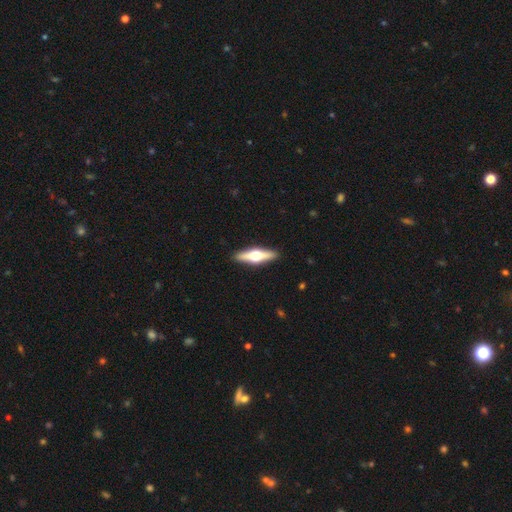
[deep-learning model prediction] Smooth or featured?
  - featured or disk: 64% *
  - smooth: 31%
  - star or artifact: 5%
Edge-on disk?
  - yes: 96% *
  - no: 4%
Edge-on bulge?
  - rounded: 96% *
  - boxy: 3%
  - none: 1%
Merging?
  - none: 92% *
  - minor disturbance: 6%
  - major disturbance: 1%
  - merger: 1%